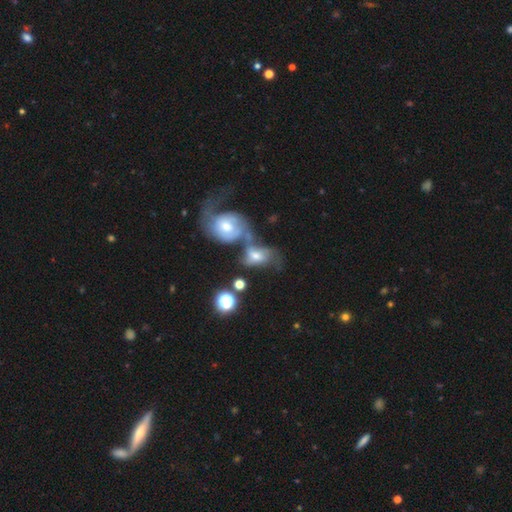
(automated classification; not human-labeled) Smooth or featured: featured or disk — 51% (smooth — 38%)
Edge-on disk: no — 95% (yes — 5%)
Merging: merger — 63% (none — 15%)